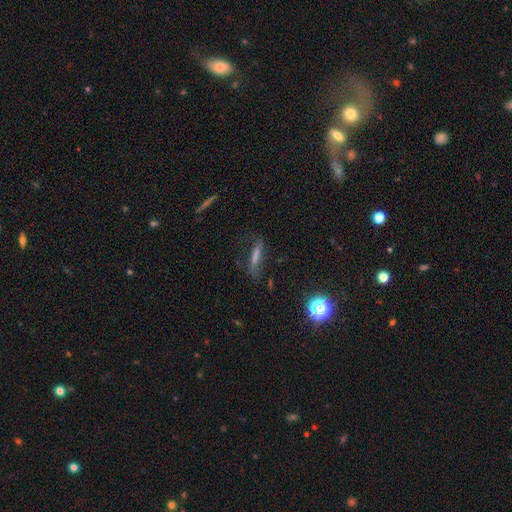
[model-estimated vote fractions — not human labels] This appears to be a featured or disk galaxy (40%). Merging: none (63%).